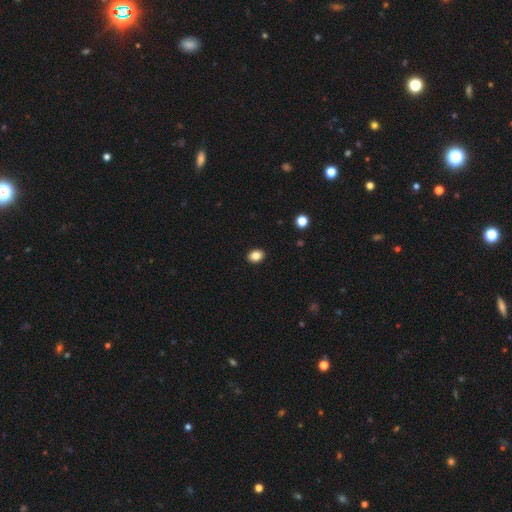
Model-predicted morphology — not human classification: Smooth or featured? Predicted: smooth (p=0.86). How rounded? Predicted: in between (p=0.64). Merging? Predicted: none (p=0.91).